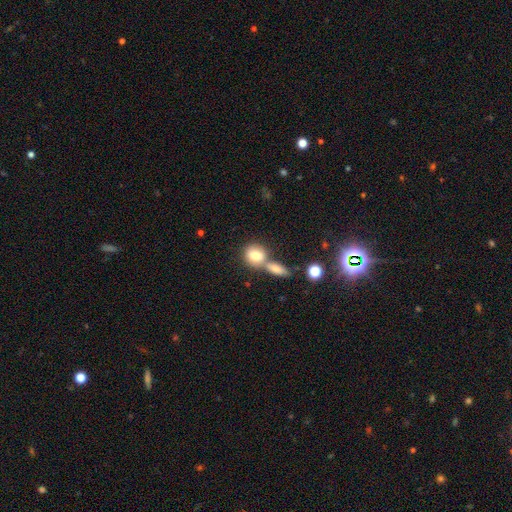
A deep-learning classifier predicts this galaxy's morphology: Smooth or featured? smooth (80%)
How rounded? round (69%)
Merging? merger (44%)